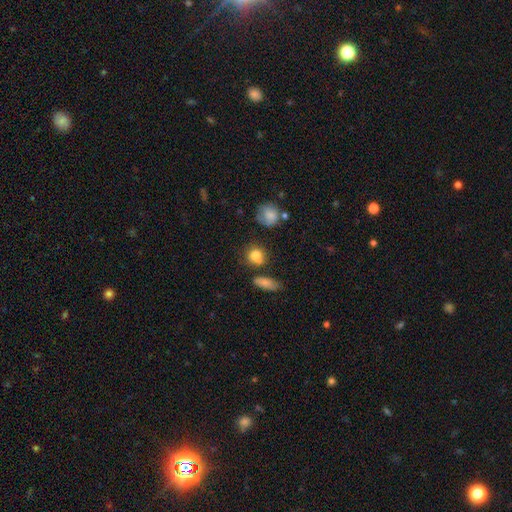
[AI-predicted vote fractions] smooth-or-featured: smooth: 81% | star or artifact: 11% | featured or disk: 8%
  how-rounded: round: 78% | in between: 20% | cigar-shaped: 2%
  merging: none: 69% | minor disturbance: 16% | merger: 10% | major disturbance: 5%